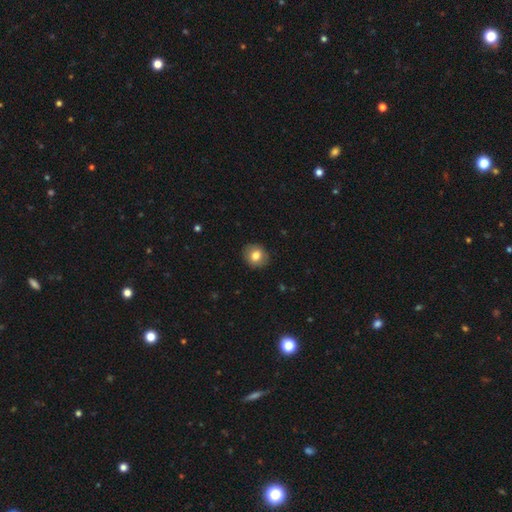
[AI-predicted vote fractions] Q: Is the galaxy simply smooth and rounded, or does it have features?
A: smooth — 79%.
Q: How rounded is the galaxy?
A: round — 80%.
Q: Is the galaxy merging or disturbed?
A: none — 89%.